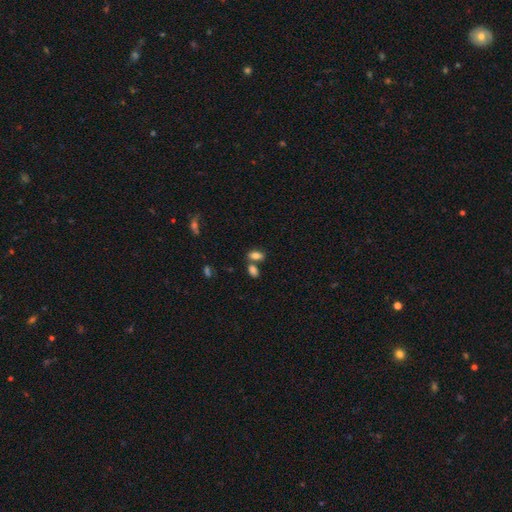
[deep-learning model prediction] Overall: smooth (82%). How rounded: in between (88%). Merging: none (56%; merger 30%).